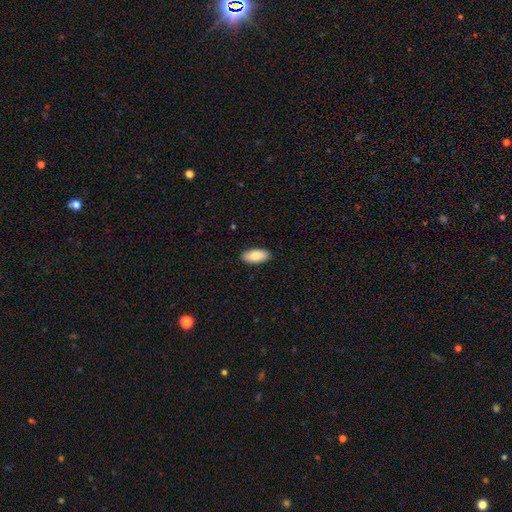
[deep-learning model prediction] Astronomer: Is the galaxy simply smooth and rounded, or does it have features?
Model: smooth — 84%.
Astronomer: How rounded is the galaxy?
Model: in between — 90%.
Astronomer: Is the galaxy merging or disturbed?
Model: none — 91%.